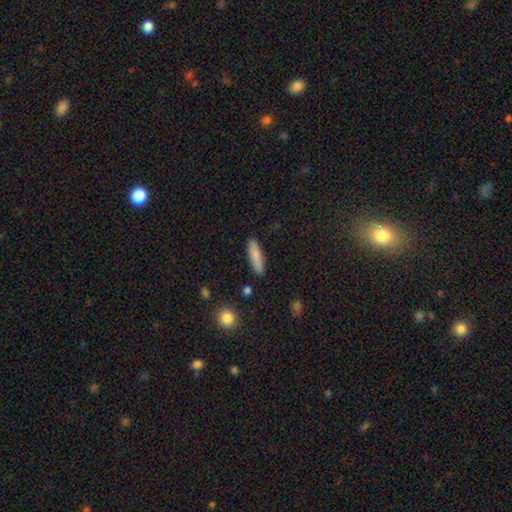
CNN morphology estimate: This is likely a smooth galaxy (79%). How rounded: likely cigar-shaped (67%). Merging: clearly none (88%).